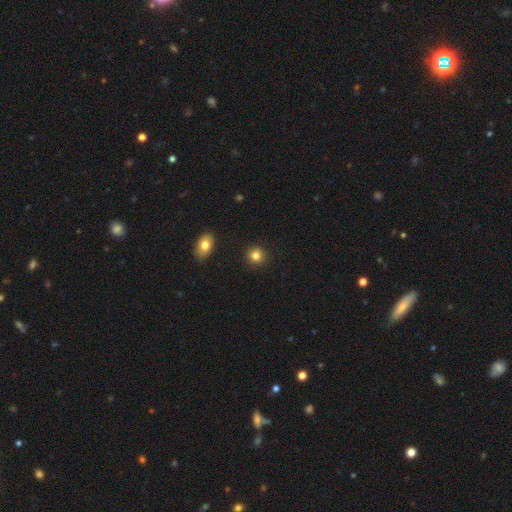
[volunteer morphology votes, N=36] Smooth or featured? 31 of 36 (86%) said smooth. How rounded? 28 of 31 (90%) said round. Merging? 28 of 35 (80%) said none.